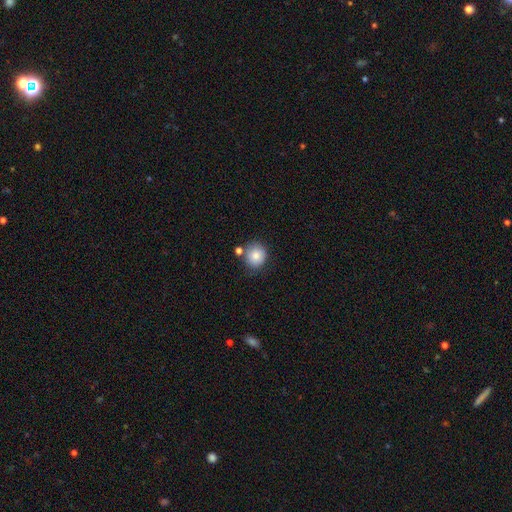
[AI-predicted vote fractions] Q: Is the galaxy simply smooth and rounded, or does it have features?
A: smooth — 82%.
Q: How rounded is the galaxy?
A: round — 88%.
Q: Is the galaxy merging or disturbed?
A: none — 70%.